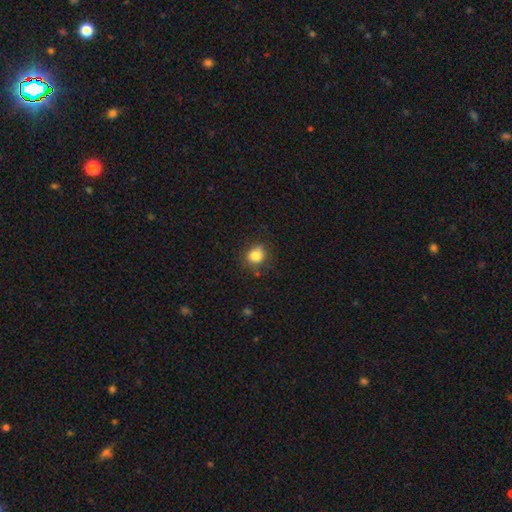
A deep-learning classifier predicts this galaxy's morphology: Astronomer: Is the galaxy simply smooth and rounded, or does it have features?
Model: smooth — 83%.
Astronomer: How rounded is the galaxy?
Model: round — 72%.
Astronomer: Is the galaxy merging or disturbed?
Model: none — 75%.